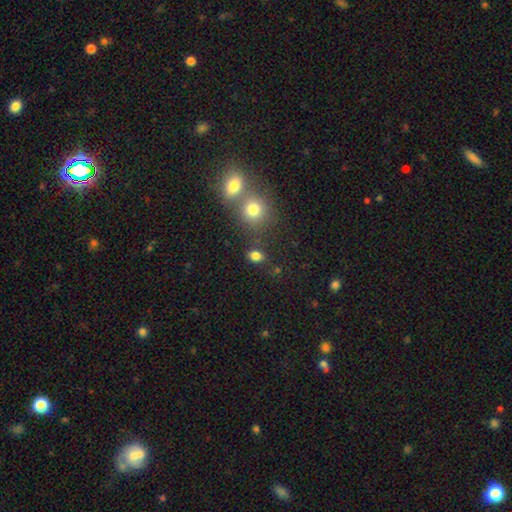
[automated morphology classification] This appears to be a smooth galaxy with no disk features (80%) that is in between round and cigar-shaped (60%). Merging: none (73%).